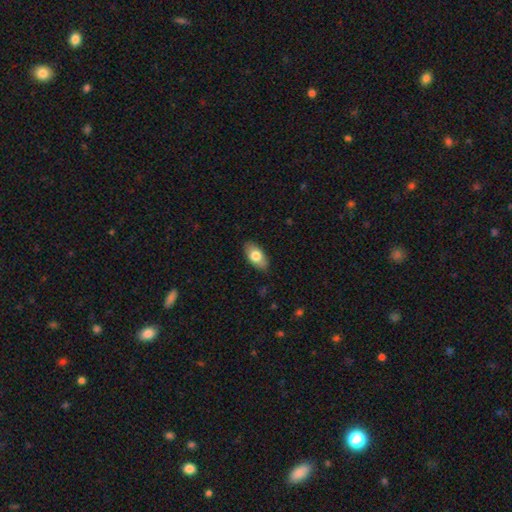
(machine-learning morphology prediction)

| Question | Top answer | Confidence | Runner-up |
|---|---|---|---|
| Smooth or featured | smooth | 76% | featured or disk (18%) |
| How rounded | in between | 92% | round (4%) |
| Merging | none | 86% | minor disturbance (11%) |